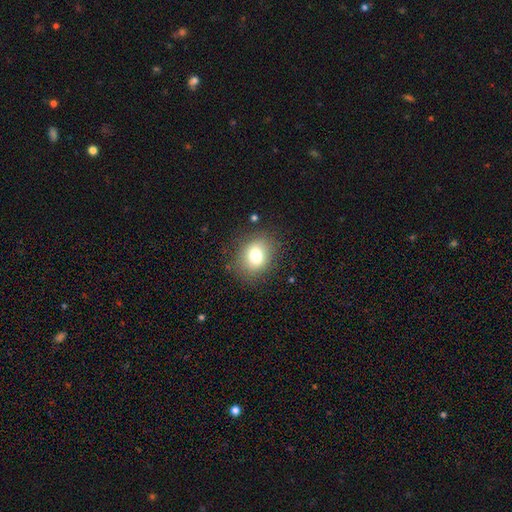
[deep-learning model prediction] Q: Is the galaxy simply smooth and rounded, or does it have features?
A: smooth — 76%.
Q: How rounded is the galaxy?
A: round — 64%.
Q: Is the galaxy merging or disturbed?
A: none — 83%.